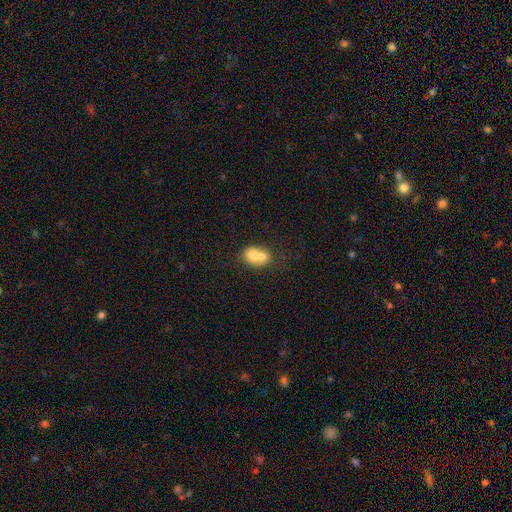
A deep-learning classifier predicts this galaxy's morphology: type=smooth (68%); roundness=round (58%); merging=merger (66%).